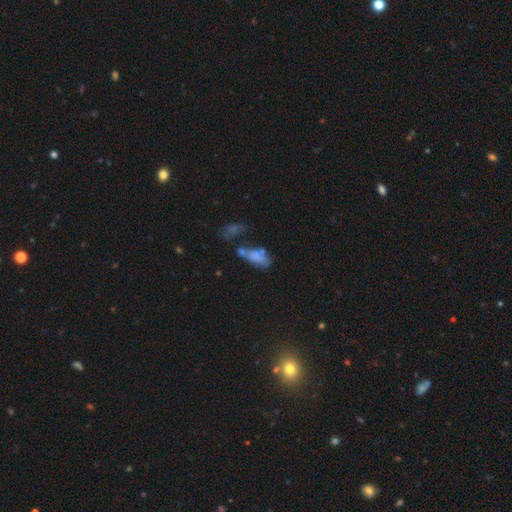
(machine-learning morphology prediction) Smooth or featured?
  - smooth: 62% *
  - featured or disk: 26%
  - star or artifact: 12%
How rounded?
  - in between: 75% *
  - cigar-shaped: 20%
  - round: 4%
Merging?
  - merger: 32% *
  - none: 28%
  - major disturbance: 20%
  - minor disturbance: 20%